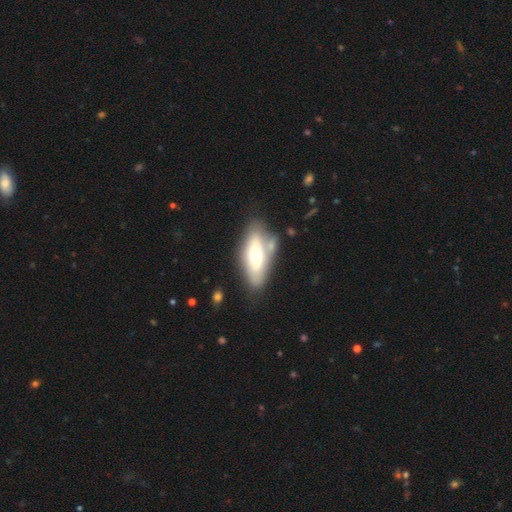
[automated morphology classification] The model was most divided on "smooth or featured": smooth: 51%, featured or disk: 43%, star or artifact: 6%. More confident: how rounded — in between (74%); merging — none (60%).